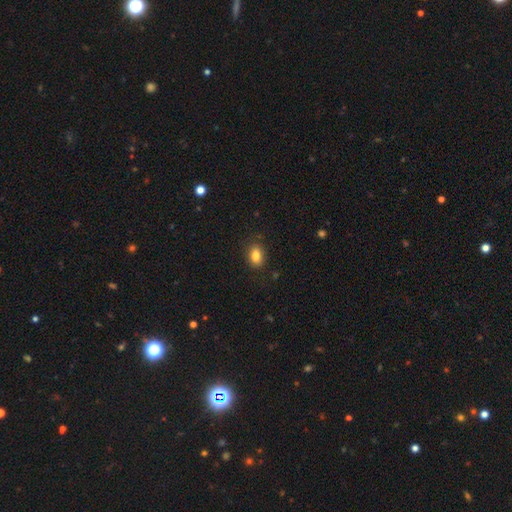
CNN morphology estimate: Smooth or featured?
  - smooth: 84% *
  - star or artifact: 9%
  - featured or disk: 7%
How rounded?
  - in between: 80% *
  - round: 19%
  - cigar-shaped: 1%
Merging?
  - none: 86% *
  - minor disturbance: 11%
  - major disturbance: 3%
  - merger: 1%